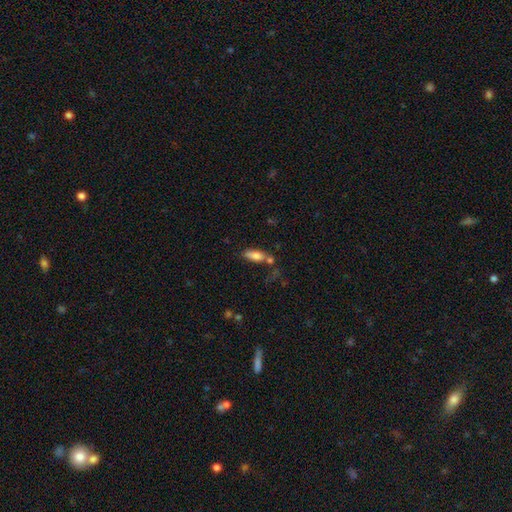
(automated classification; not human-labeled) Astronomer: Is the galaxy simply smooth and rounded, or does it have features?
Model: smooth — 79%.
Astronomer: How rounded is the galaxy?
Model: in between — 77%.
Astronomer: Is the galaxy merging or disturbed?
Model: none — 48% (runner-up: merger, 25%).